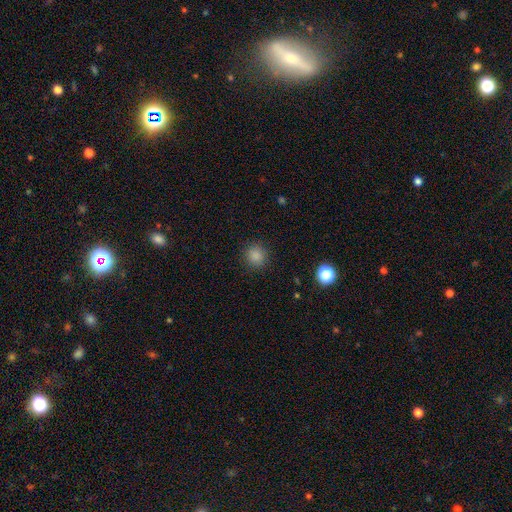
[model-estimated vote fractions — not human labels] This appears to be a smooth galaxy with no disk features (85%) that is round (90%). Merging: none (89%).